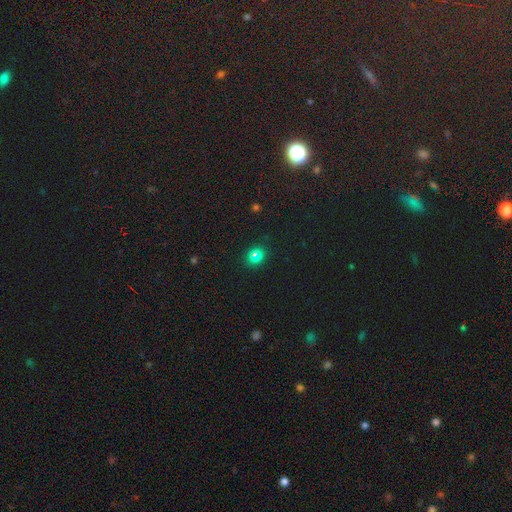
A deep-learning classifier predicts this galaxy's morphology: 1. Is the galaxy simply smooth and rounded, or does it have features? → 67% smooth, 25% star or artifact, 8% featured or disk.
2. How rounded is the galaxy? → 70% round, 29% in between, 1% cigar-shaped.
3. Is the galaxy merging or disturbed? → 87% none, 8% minor disturbance, 3% merger, 2% major disturbance.